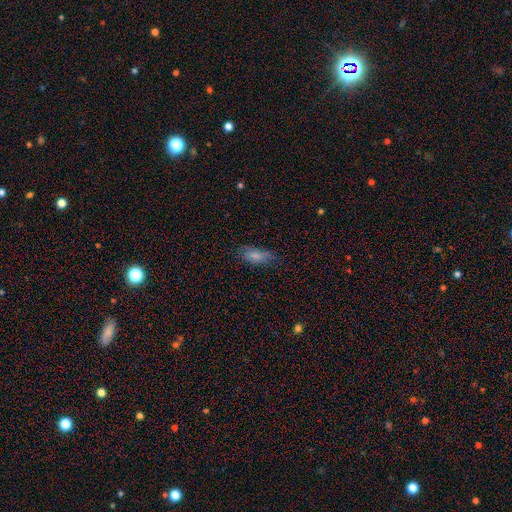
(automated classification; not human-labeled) smooth_or_featured: smooth (p=0.75) [alt: featured or disk p=0.15]
how_rounded: in between (p=0.84) [alt: cigar-shaped p=0.13]
merging: none (p=0.65) [alt: minor disturbance p=0.25]